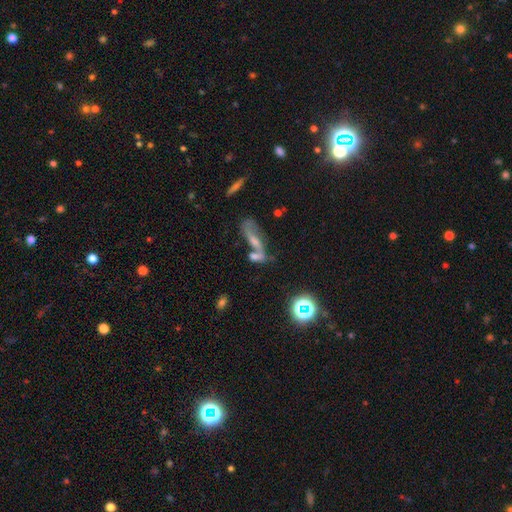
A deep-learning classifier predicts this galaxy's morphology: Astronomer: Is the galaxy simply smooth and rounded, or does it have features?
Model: featured or disk — 45% (runner-up: smooth, 39%).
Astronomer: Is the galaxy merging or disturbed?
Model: merger — 53%.